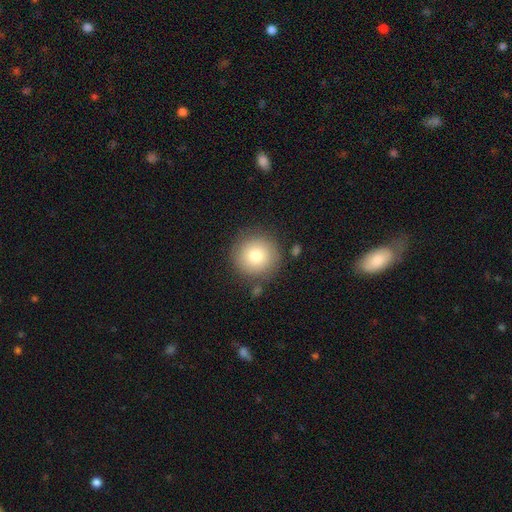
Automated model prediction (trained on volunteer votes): smooth 79%, featured or disk 12%, star or artifact 9%. Down the decision tree: how rounded — round (95%); merging — none (84%).